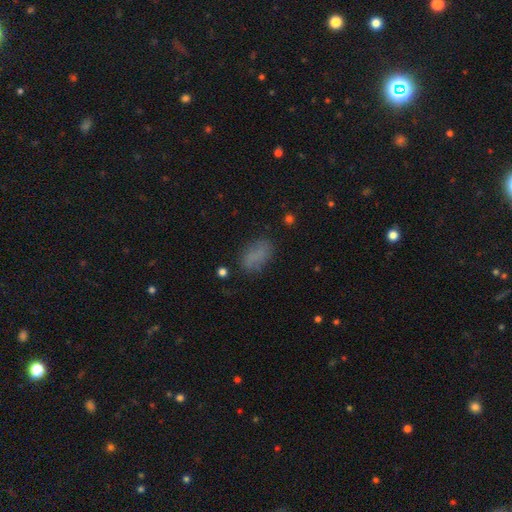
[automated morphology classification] smooth 78%, star or artifact 11%, featured or disk 11%. Down the decision tree: how rounded — in between (89%); merging — none (73%).